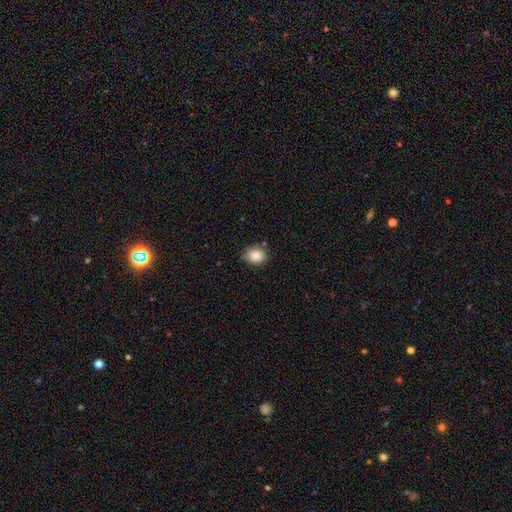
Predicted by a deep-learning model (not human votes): Smooth or featured?
  - smooth: 85% *
  - star or artifact: 9%
  - featured or disk: 6%
How rounded?
  - round: 58% *
  - in between: 41%
  - cigar-shaped: 1%
Merging?
  - none: 76% *
  - minor disturbance: 18%
  - merger: 4%
  - major disturbance: 3%